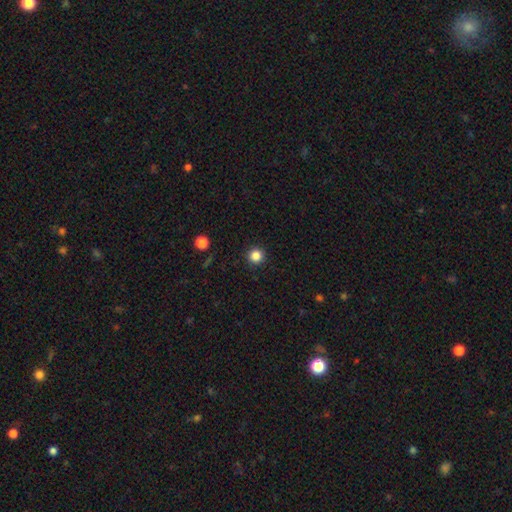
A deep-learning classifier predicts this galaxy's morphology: Overall: smooth (84%). How rounded: round (96%). Merging: none (93%).